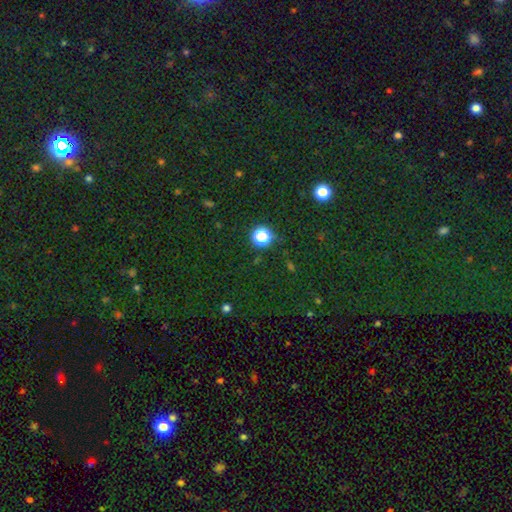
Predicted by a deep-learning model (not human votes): Q: Smooth or featured?
A: star or artifact (69%); runner-up: smooth (24%)